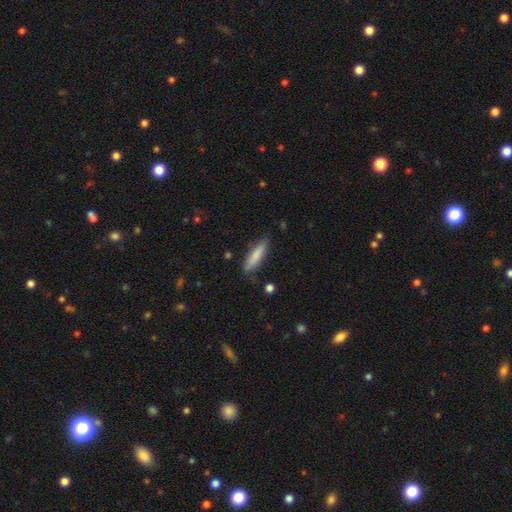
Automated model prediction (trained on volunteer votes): The model was most divided on "how rounded": cigar-shaped: 71%, in between: 28%, round: 1%. More confident: merging — none (80%); smooth or featured — smooth (79%).